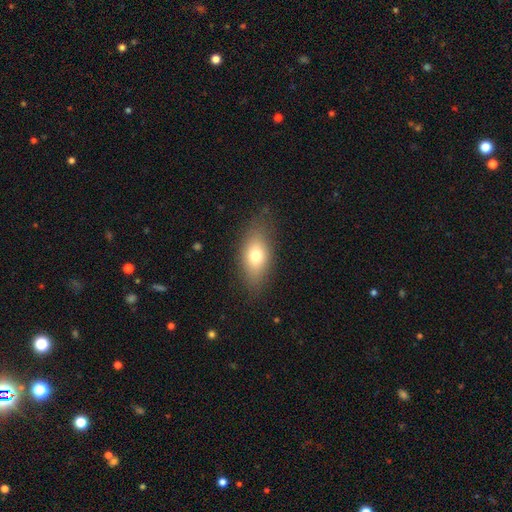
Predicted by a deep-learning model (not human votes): smooth 72%, featured or disk 19%, star or artifact 9%. Down the decision tree: how rounded — in between (81%); merging — none (78%).